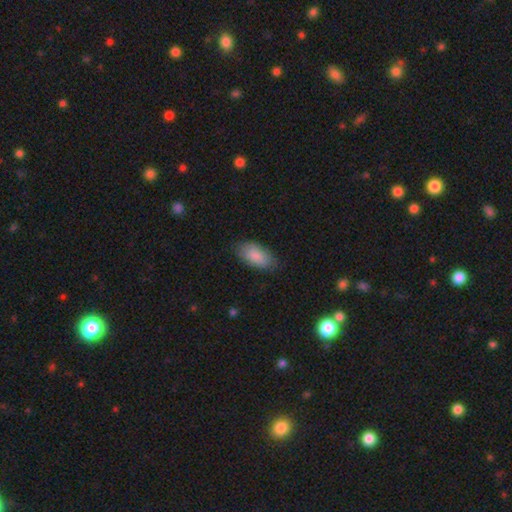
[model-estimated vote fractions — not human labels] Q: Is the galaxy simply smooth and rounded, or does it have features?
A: smooth — 86%.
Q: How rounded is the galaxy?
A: in between — 94%.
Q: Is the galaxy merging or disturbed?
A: none — 79%.